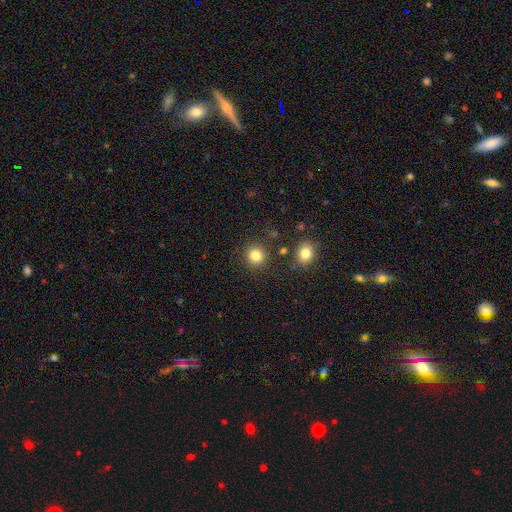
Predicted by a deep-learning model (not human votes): smooth_or_featured: smooth (p=0.83) [alt: star or artifact p=0.12]
how_rounded: round (p=0.91) [alt: in between p=0.08]
merging: none (p=0.88) [alt: minor disturbance p=0.07]